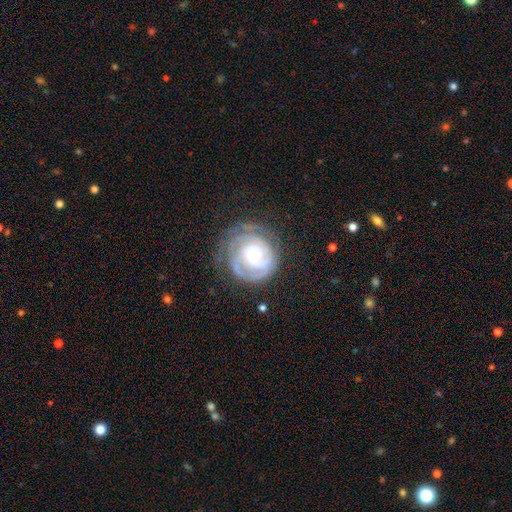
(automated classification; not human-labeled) This is clearly a featured or disk galaxy (84%). It is clearly not viewed edge-on (97%). Bar: likely no (70%). Spiral arm pattern: clearly yes (93%). Spiral arm count: marginally can't tell (33%). Spiral winding: likely tight (79%). Central bulge: likely moderate (64%). Merging: likely none (71%).